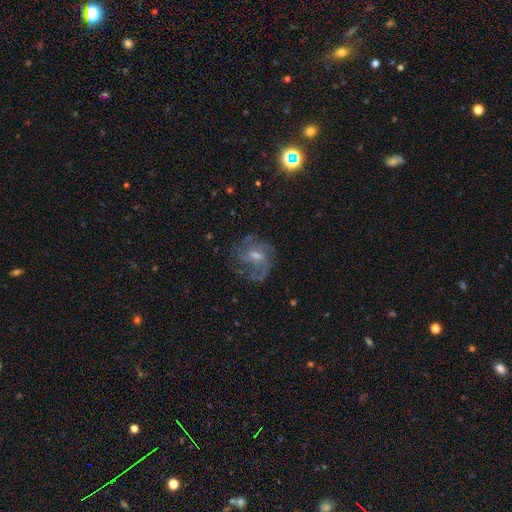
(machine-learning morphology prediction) smooth-or-featured: featured or disk: 73% | smooth: 15% | star or artifact: 13%
  disk-edge-on: no: 97% | yes: 3%
    bar: weak: 53% | no: 35% | strong: 12%
    has-spiral-arms: yes: 88% | no: 12%
      spiral-winding: medium: 47% | tight: 34% | loose: 18%
      spiral-arm-count: can't tell: 32% | 3: 25% | 2: 23% | 4: 8% | 1: 6% | more than 4: 5%
    bulge-size: small: 45% | moderate: 43% | none: 8% | large: 3% | dominant: 1%
  merging: none: 64% | minor disturbance: 18% | major disturbance: 15% | merger: 2%